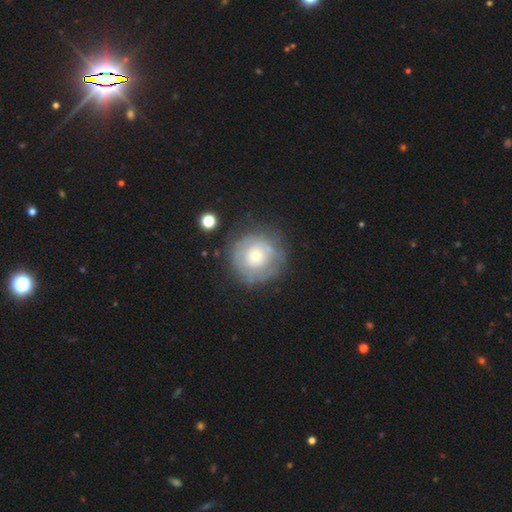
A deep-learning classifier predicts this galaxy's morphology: Smooth or featured? Predicted: featured or disk (p=0.48). Merging? Predicted: none (p=0.73).